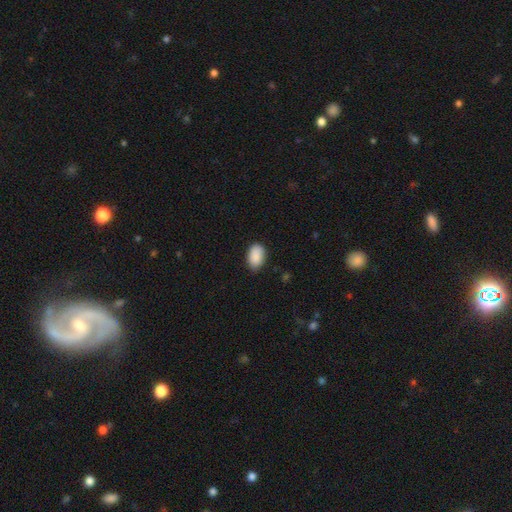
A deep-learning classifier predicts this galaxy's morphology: The model was most divided on "merging": none: 82%, minor disturbance: 14%, major disturbance: 2%, merger: 1%. More confident: how rounded — in between (92%); smooth or featured — smooth (90%).